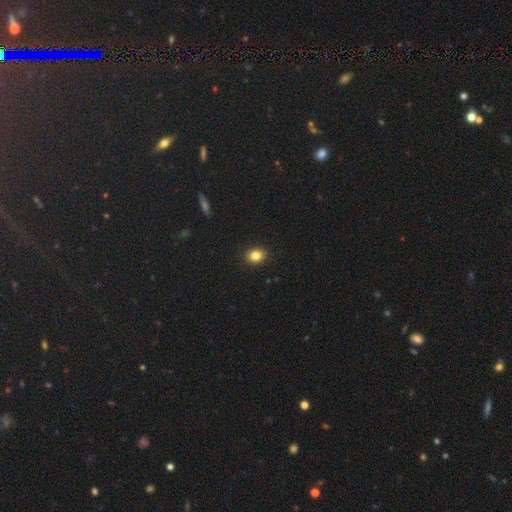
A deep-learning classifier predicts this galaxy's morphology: Overall: smooth (83%). How rounded: round (50%; in between 49%). Merging: none (91%).